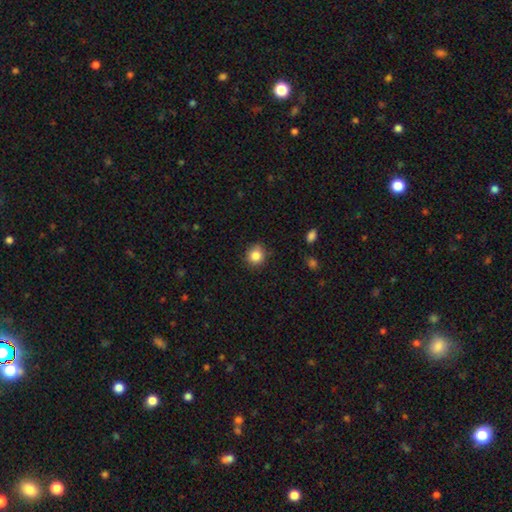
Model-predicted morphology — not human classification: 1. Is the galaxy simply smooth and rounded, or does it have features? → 85% smooth, 10% star or artifact, 5% featured or disk.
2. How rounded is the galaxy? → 86% round, 13% in between, 1% cigar-shaped.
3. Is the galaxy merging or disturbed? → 84% none, 12% minor disturbance, 2% major disturbance, 1% merger.